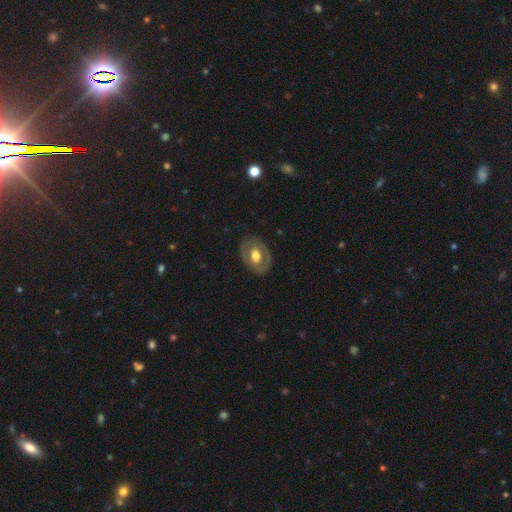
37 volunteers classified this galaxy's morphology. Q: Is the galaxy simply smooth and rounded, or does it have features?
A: featured or disk — 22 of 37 (59%).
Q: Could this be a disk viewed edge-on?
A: no — 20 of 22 (91%).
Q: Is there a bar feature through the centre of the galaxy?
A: no — 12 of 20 (60%).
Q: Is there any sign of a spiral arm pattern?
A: no — 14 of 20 (70%).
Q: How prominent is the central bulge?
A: moderate — 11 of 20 (55%).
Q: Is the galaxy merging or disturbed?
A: none — 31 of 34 (91%).